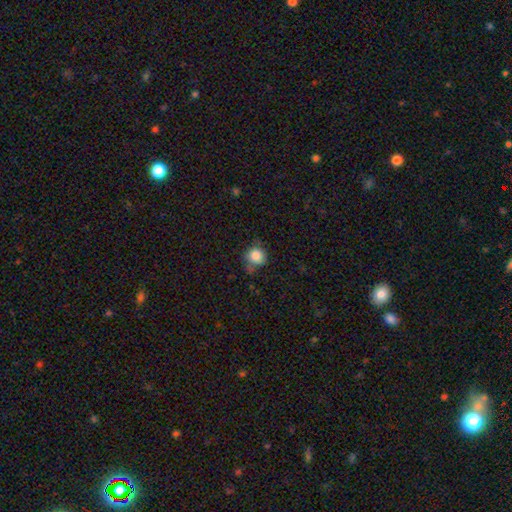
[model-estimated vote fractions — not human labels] A smooth galaxy with no disk features (85%) that is round (87%).

Vote fractions:
- Smooth or featured? smooth: 85% / star or artifact: 9% / featured or disk: 6%
- How rounded? round: 87% / in between: 12% / cigar-shaped: 1%
- Merging? none: 61% / minor disturbance: 26% / major disturbance: 7% / merger: 5%